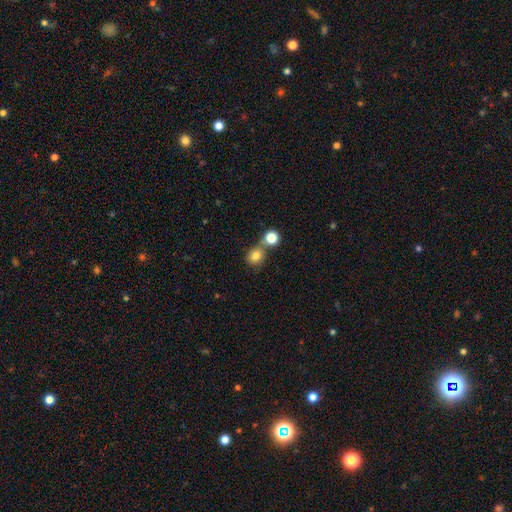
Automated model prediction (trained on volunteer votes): Overall: smooth (80%). How rounded: round (79%). Merging: none (52%; merger 35%).